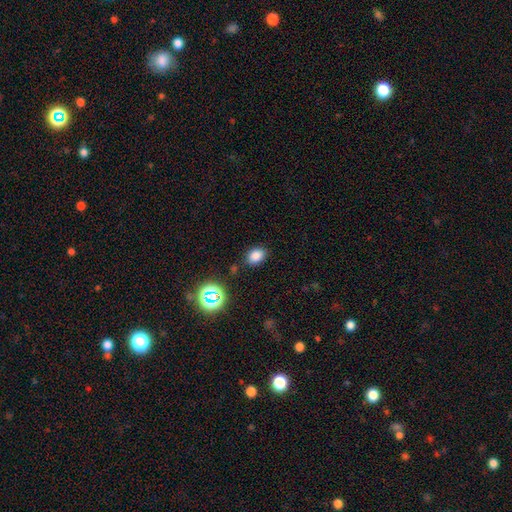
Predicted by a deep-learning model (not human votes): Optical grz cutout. It shows a smooth galaxy with no disk features (80%) that is in between round and cigar-shaped (72%). Merging: none (82%).